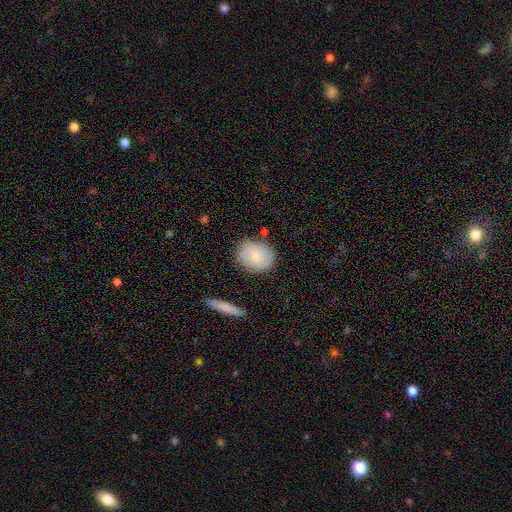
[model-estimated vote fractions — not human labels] Smooth or featured? Predicted: smooth (p=0.77). How rounded? Predicted: round (p=0.54). Merging? Predicted: none (p=0.78).